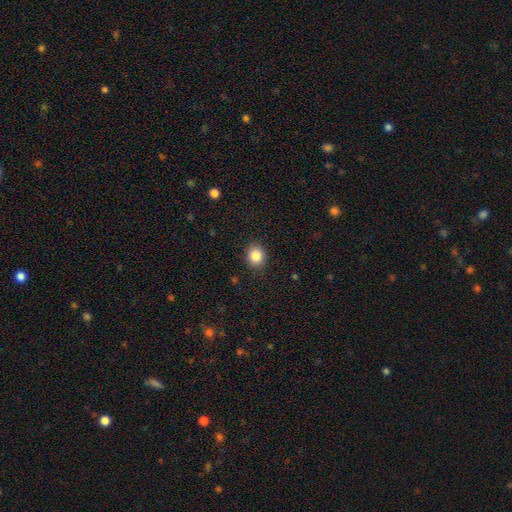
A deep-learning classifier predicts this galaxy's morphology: Q: Smooth or featured?
A: smooth (85%); runner-up: star or artifact (10%)
Q: How rounded?
A: round (64%); runner-up: in between (35%)
Q: Merging?
A: none (89%); runner-up: minor disturbance (8%)